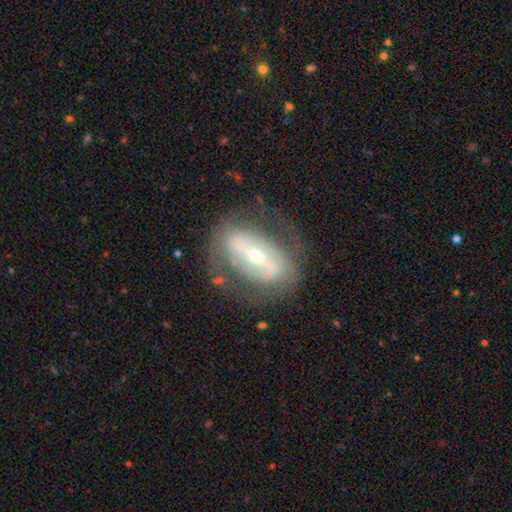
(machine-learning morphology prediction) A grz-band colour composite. It shows a featured or disk galaxy (73%) with a strong bar (54%), no spiral arms (55%) and a small central bulge (49%). Merging: none (65%).